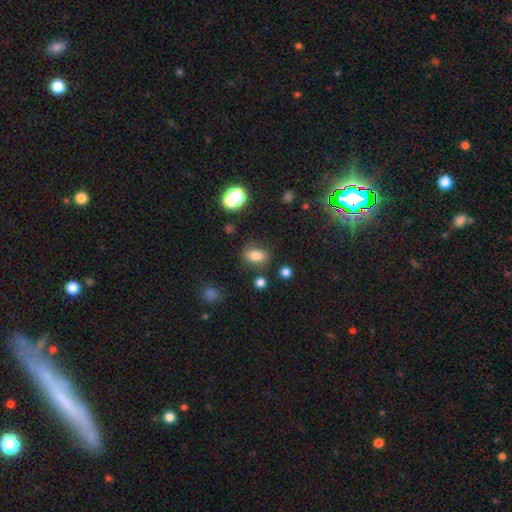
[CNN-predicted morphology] This appears to be a smooth galaxy with no disk features (77%) that is in between round and cigar-shaped (76%). Merging: none (79%).